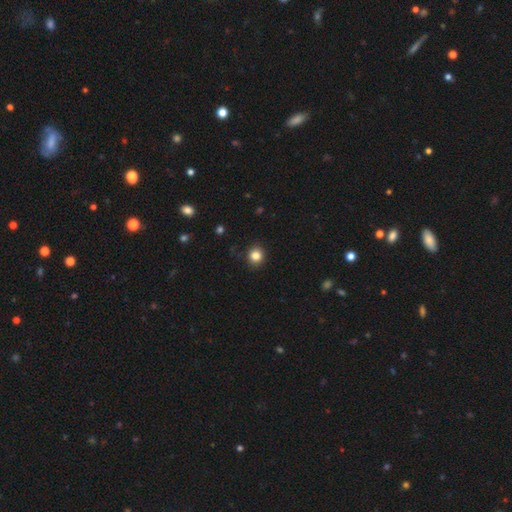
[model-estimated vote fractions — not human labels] This appears to be a smooth galaxy with no disk features (83%) that is round (85%). Merging: none (91%).